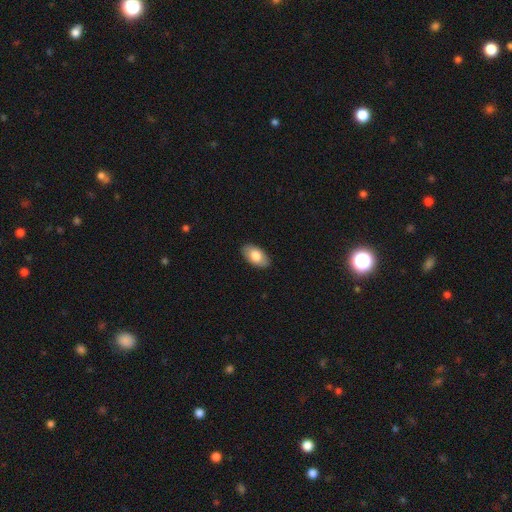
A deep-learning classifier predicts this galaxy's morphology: A smooth galaxy with no disk features (80%) that is in between round and cigar-shaped (95%). Merging: none (89%).